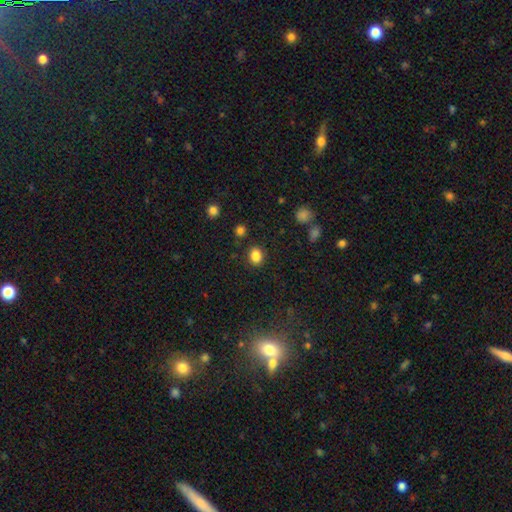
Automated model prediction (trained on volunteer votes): Smooth or featured: smooth — 85% (star or artifact — 11%)
How rounded: round — 50% (in between — 49%)
Merging: none — 86% (minor disturbance — 9%)